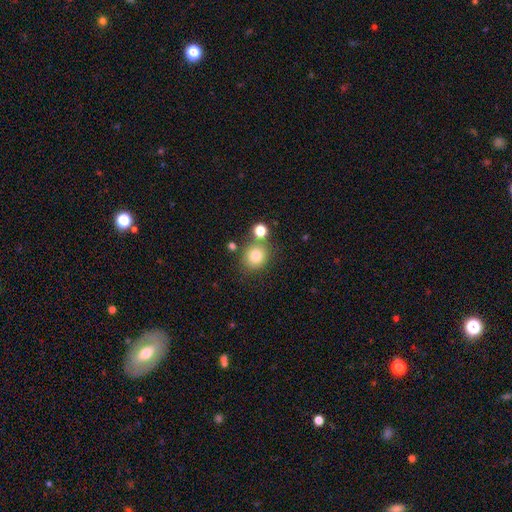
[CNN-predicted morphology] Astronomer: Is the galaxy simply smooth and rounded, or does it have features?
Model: smooth — 79%.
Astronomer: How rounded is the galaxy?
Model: round — 84%.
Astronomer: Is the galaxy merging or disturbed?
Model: none — 72%.